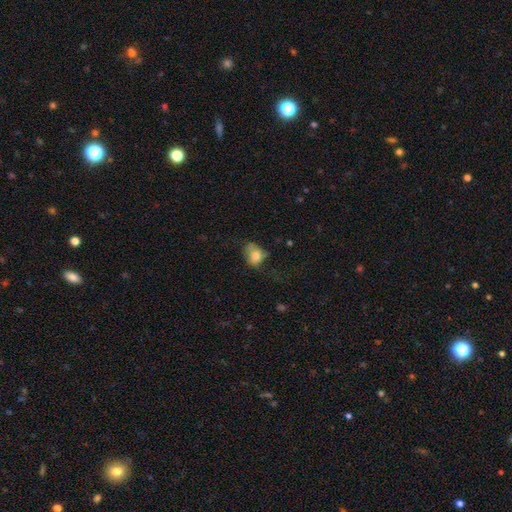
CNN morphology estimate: type=smooth (74%); roundness=in between (64%); merging=none (35%).